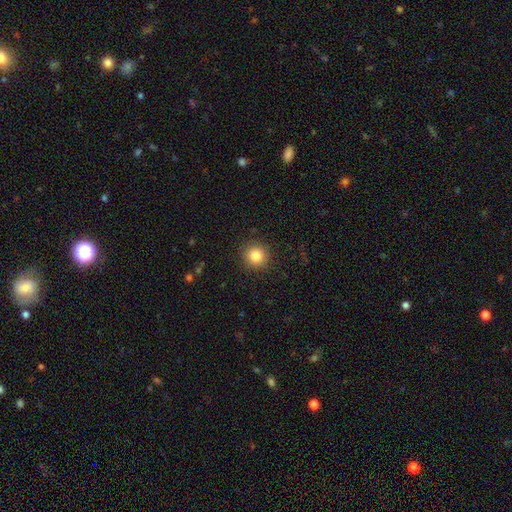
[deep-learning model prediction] The model was most divided on "smooth or featured": smooth: 84%, star or artifact: 11%, featured or disk: 5%. More confident: how rounded — round (93%); merging — none (91%).